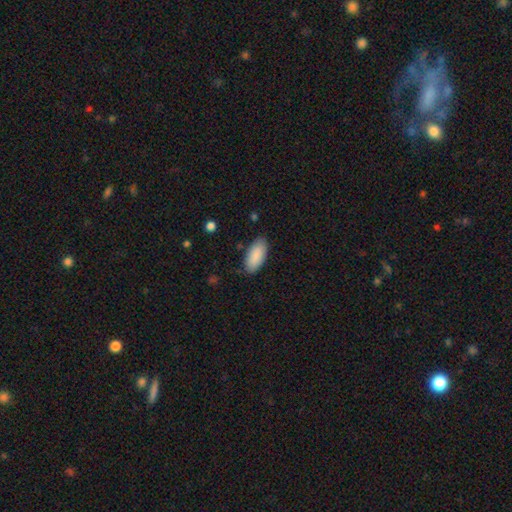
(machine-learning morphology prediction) Smooth or featured? smooth (90%)
How rounded? in between (90%)
Merging? none (84%)